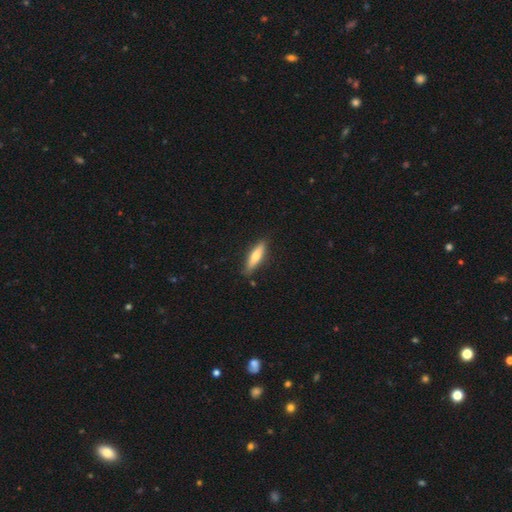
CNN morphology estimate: smooth_or_featured: smooth (p=0.67) [alt: featured or disk p=0.27]
how_rounded: cigar-shaped (p=0.67) [alt: in between p=0.31]
merging: none (p=0.84) [alt: minor disturbance p=0.12]